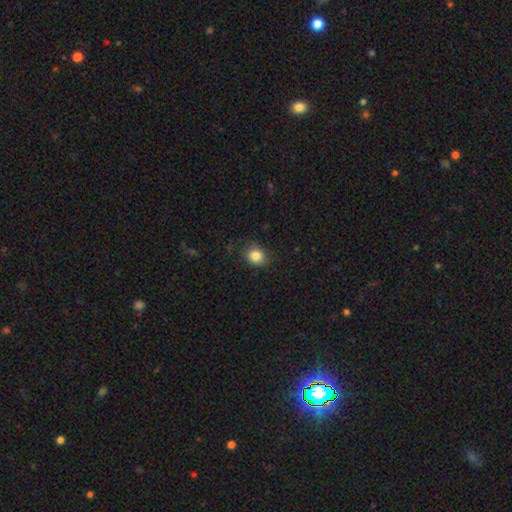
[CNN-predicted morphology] The model was most divided on "how rounded": round: 59%, in between: 40%, cigar-shaped: 1%. More confident: smooth or featured — smooth (85%); merging — none (76%).